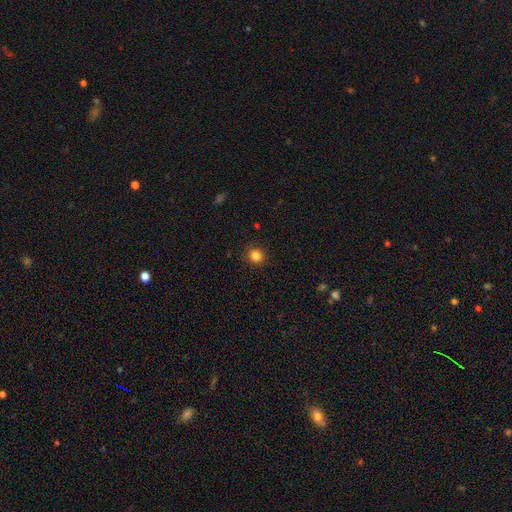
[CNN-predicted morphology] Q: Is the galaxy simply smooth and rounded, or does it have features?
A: smooth — 83%.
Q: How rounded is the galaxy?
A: round — 92%.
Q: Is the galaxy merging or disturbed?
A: none — 90%.